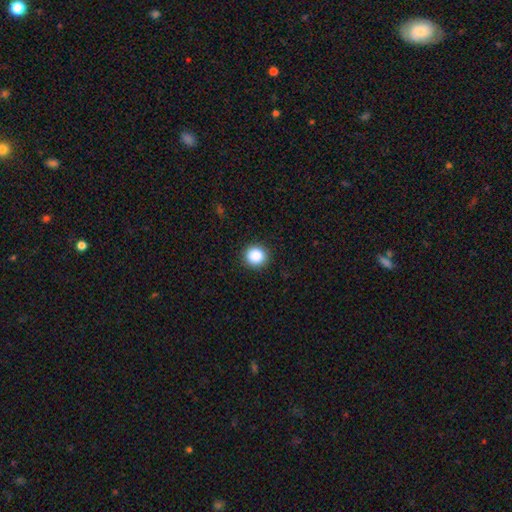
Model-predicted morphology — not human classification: Q: Smooth or featured?
A: smooth (87%); runner-up: star or artifact (10%)
Q: How rounded?
A: round (93%); runner-up: in between (6%)
Q: Merging?
A: none (92%); runner-up: minor disturbance (5%)